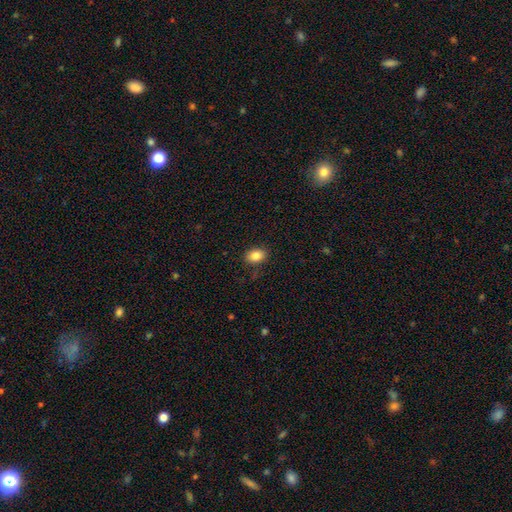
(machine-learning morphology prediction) This is clearly a smooth galaxy (86%). How rounded: likely in between (79%). Merging: clearly none (86%).